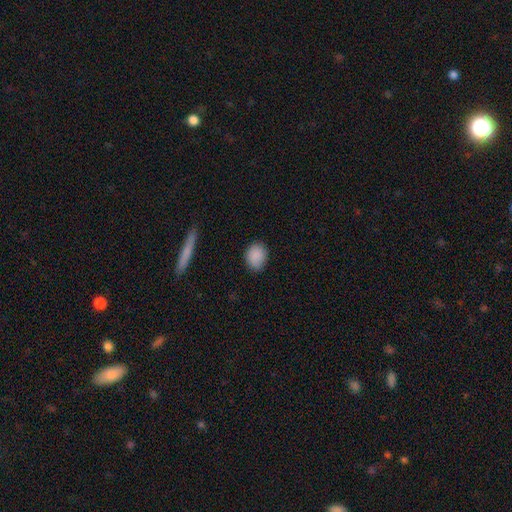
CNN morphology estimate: The model was most divided on "how rounded": round: 52%, in between: 46%, cigar-shaped: 1%. More confident: smooth or featured — smooth (88%); merging — none (83%).